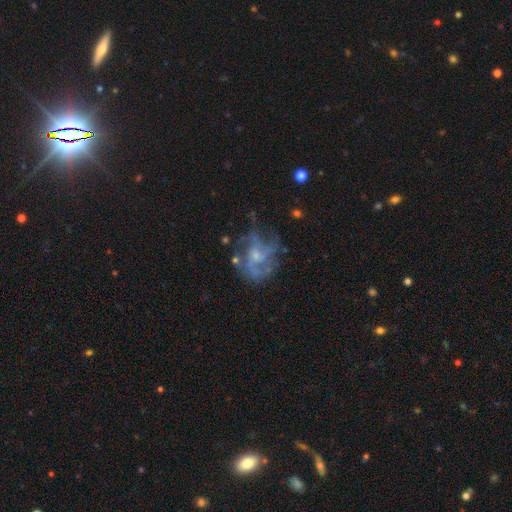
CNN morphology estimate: Smooth or featured? featured or disk (77%)
Edge-on disk? no (98%)
Bar? no (64%)
Spiral arms? yes (83%)
Spiral winding? medium (46%)
Spiral arm count? can't tell (29%)
Bulge size? small (49%)
Merging? none (55%)